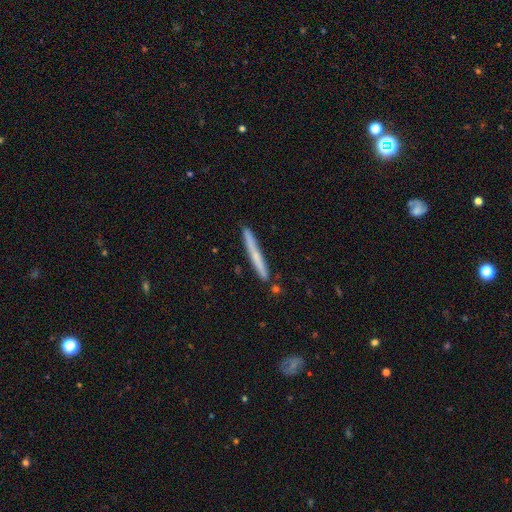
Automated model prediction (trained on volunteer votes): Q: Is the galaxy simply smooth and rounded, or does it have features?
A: smooth — 52%.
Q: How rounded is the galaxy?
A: cigar-shaped — 97%.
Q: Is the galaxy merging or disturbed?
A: none — 87%.